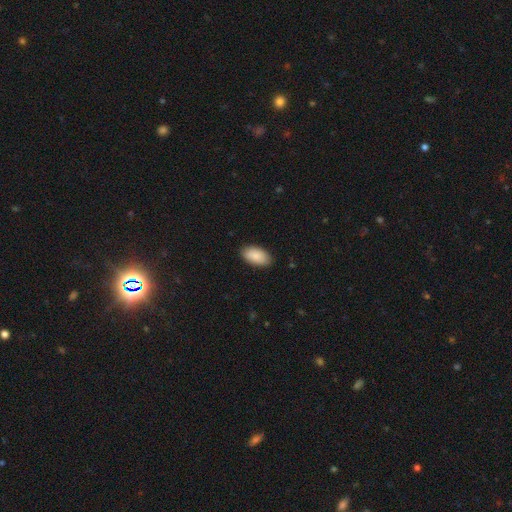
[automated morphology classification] Smooth or featured?
  - smooth: 89% *
  - star or artifact: 6%
  - featured or disk: 5%
How rounded?
  - in between: 95% *
  - round: 3%
  - cigar-shaped: 2%
Merging?
  - none: 87% *
  - minor disturbance: 10%
  - major disturbance: 2%
  - merger: 1%